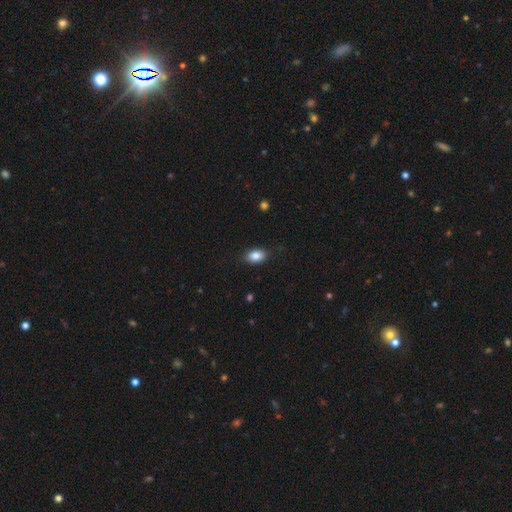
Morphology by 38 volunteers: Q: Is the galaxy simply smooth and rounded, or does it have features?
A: smooth — 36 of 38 (95%).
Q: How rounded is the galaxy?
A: in between — 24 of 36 (67%).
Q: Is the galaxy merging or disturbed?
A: none — 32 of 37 (86%).